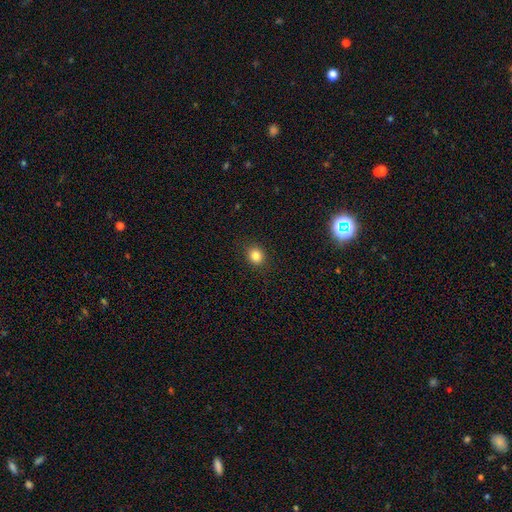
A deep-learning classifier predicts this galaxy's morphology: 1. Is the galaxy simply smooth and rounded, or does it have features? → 83% smooth, 12% star or artifact, 5% featured or disk.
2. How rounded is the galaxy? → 76% round, 23% in between, 1% cigar-shaped.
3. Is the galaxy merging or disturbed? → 89% none, 7% minor disturbance, 2% major disturbance, 1% merger.